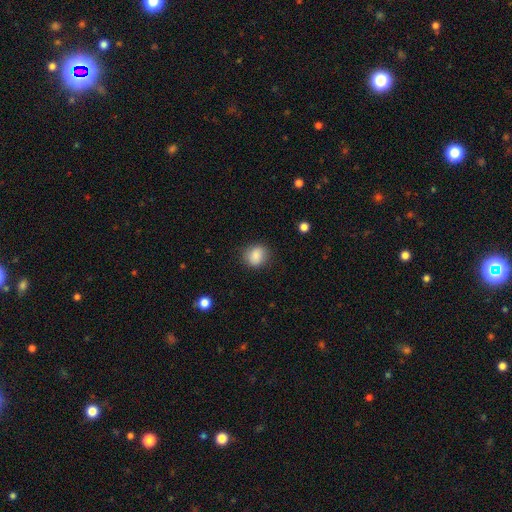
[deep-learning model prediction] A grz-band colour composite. It shows a smooth galaxy with no disk features (85%) that is round (74%). Merging: none (81%).